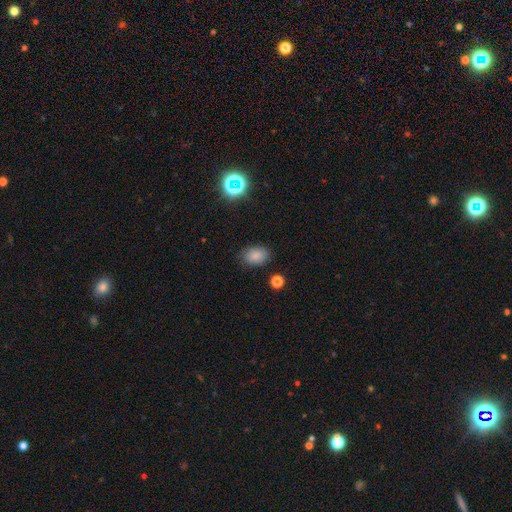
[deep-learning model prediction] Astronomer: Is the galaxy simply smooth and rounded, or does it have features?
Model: smooth — 82%.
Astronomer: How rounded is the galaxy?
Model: in between — 80%.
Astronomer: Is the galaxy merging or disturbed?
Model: none — 80%.